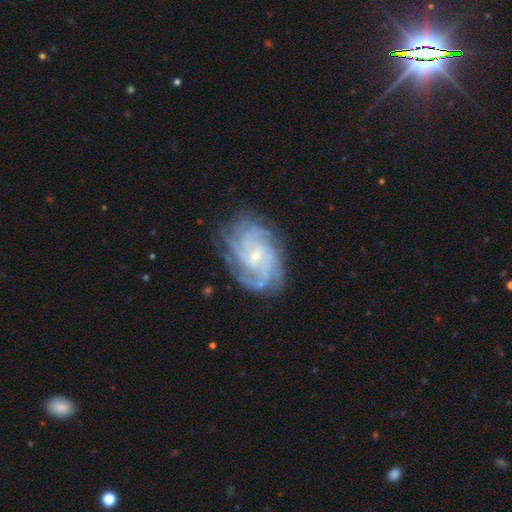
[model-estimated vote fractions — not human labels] Morphology: type=featured or disk (87%); edge-on=no (97%); bar=no (60%); spiral arms=yes (97%); winding=tight (67%); arm count=can't tell (28%); bulge=small (76%); merging=none (77%).